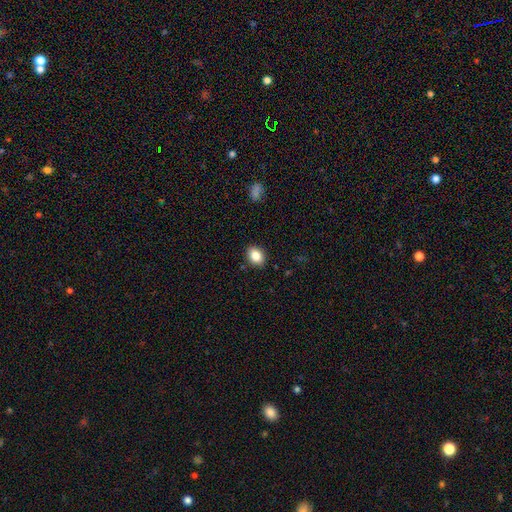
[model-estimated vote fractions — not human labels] Overall: smooth (86%). How rounded: in between (67%; round 32%). Merging: none (89%).